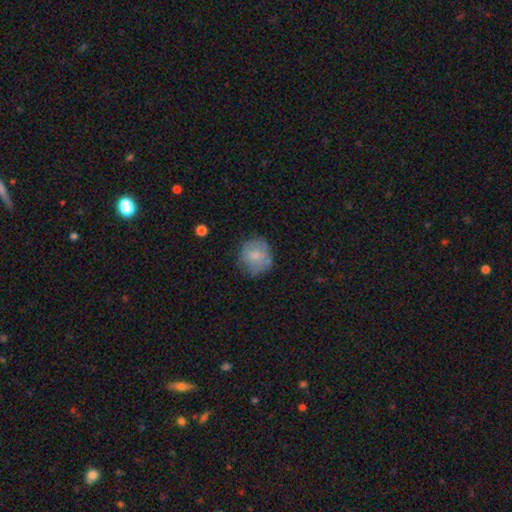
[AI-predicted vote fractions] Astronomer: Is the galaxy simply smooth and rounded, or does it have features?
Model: smooth — 69%.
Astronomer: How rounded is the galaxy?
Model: round — 84%.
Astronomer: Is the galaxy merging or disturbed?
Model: none — 64%.